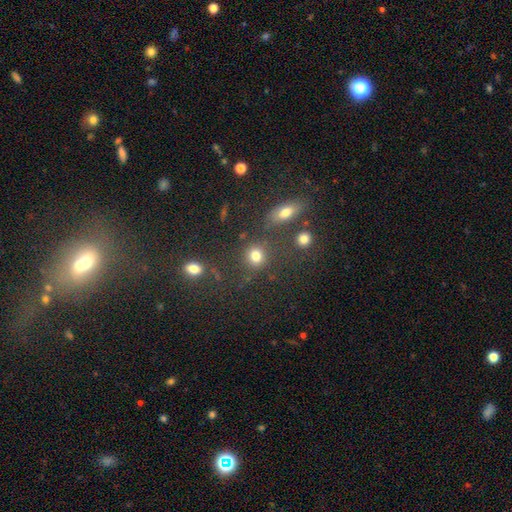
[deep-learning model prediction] This appears to be a smooth galaxy with no disk features (78%) that is round (81%). Merging: none (72%).